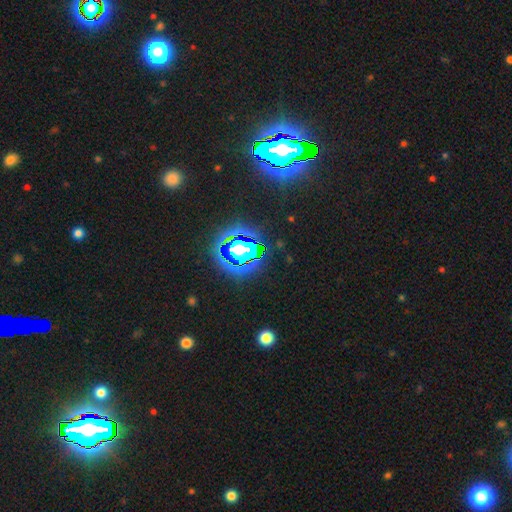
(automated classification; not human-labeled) This is likely a star or artifact rather than a galaxy (77%).